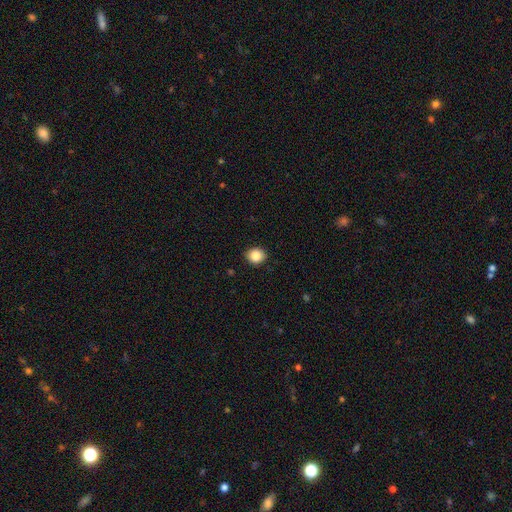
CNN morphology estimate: A smooth galaxy with no disk features (87%) that is round (69%).

Vote fractions:
- Smooth or featured? smooth: 87% / star or artifact: 9% / featured or disk: 4%
- How rounded? round: 69% / in between: 31% / cigar-shaped: 1%
- Merging? none: 89% / minor disturbance: 8% / major disturbance: 2% / merger: 1%